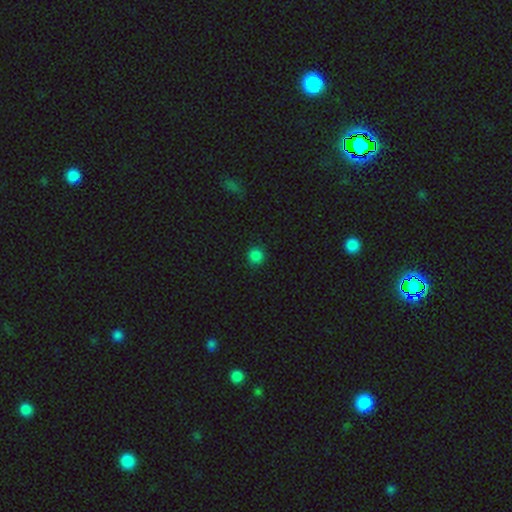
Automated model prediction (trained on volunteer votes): Morphology: type=smooth (83%); roundness=round (94%); merging=none (91%).